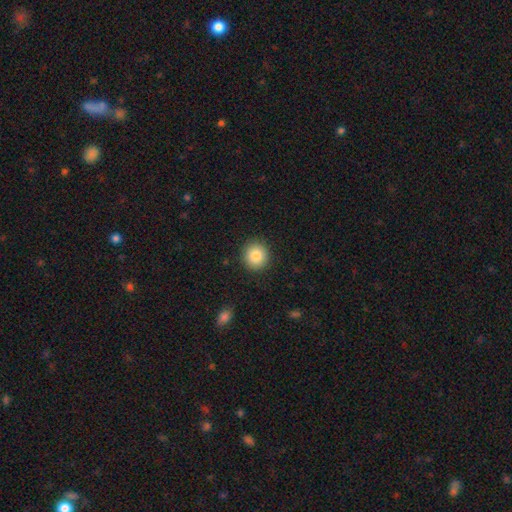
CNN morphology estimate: This is clearly a smooth galaxy (85%). How rounded: clearly round (89%). Merging: clearly none (91%).